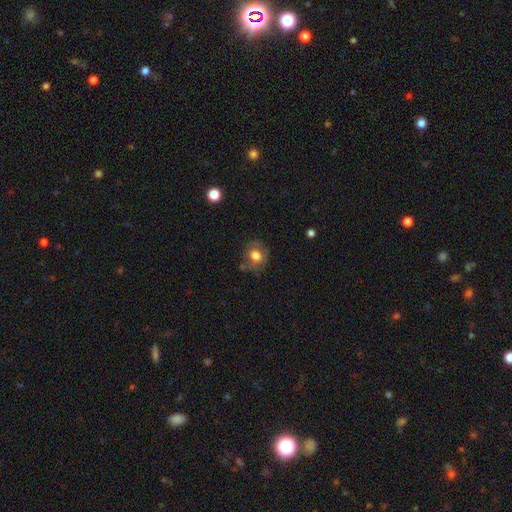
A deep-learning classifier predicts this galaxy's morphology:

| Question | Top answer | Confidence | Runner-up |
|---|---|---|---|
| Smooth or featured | smooth | 71% | featured or disk (20%) |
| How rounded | round | 69% | in between (30%) |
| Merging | none | 69% | minor disturbance (20%) |